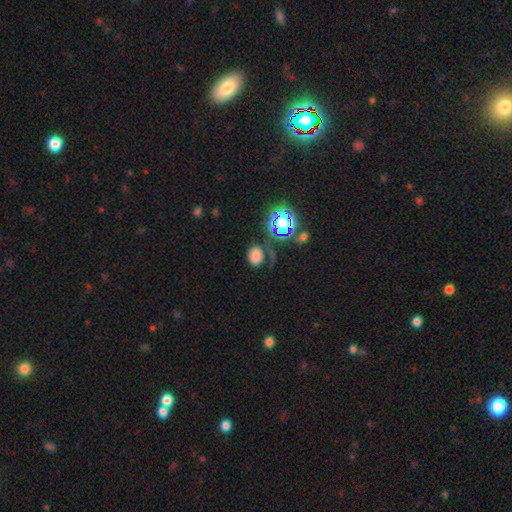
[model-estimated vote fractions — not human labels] smooth-or-featured: smooth: 70% | star or artifact: 23% | featured or disk: 8%
  how-rounded: in between: 61% | round: 38% | cigar-shaped: 1%
  merging: none: 65% | minor disturbance: 18% | major disturbance: 11% | merger: 6%